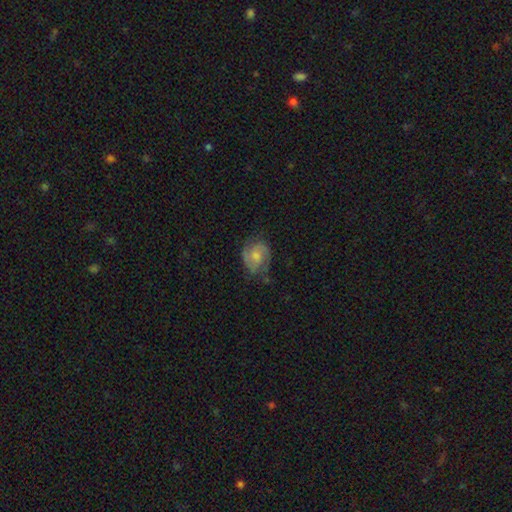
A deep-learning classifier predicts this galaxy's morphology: Smooth or featured?
  - featured or disk: 63% *
  - smooth: 30%
  - star or artifact: 7%
Edge-on disk?
  - no: 97% *
  - yes: 3%
Bar?
  - no: 63% *
  - weak: 32%
  - strong: 5%
Spiral arms?
  - yes: 89% *
  - no: 11%
Spiral winding?
  - medium: 46% *
  - tight: 38%
  - loose: 17%
Spiral arm count?
  - 2: 69% *
  - can't tell: 15%
  - 3: 8%
  - 1: 4%
  - 4: 2%
  - more than 4: 2%
Bulge size?
  - moderate: 46% *
  - small: 31%
  - none: 13%
  - large: 9%
  - dominant: 1%
Merging?
  - none: 60% *
  - minor disturbance: 26%
  - major disturbance: 12%
  - merger: 2%